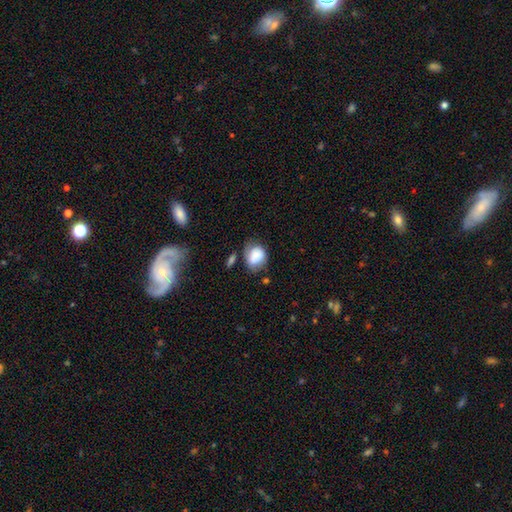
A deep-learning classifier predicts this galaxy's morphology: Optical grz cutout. It shows a smooth galaxy with no disk features (77%) that is round (50%). Merging: none (48%).